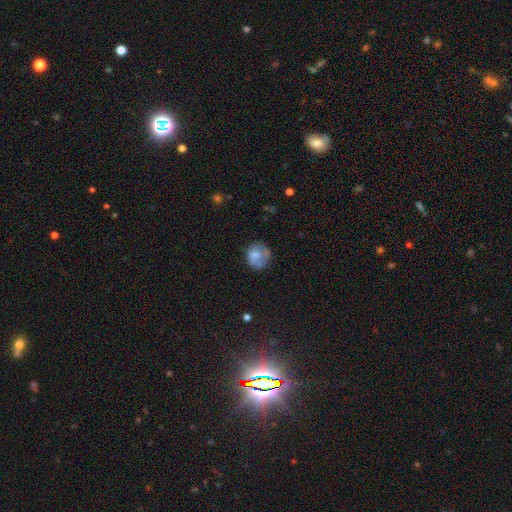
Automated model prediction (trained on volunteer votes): smooth_or_featured: smooth (p=0.64) [alt: featured or disk p=0.28]
how_rounded: round (p=0.82) [alt: in between p=0.18]
merging: none (p=0.59) [alt: minor disturbance p=0.25]